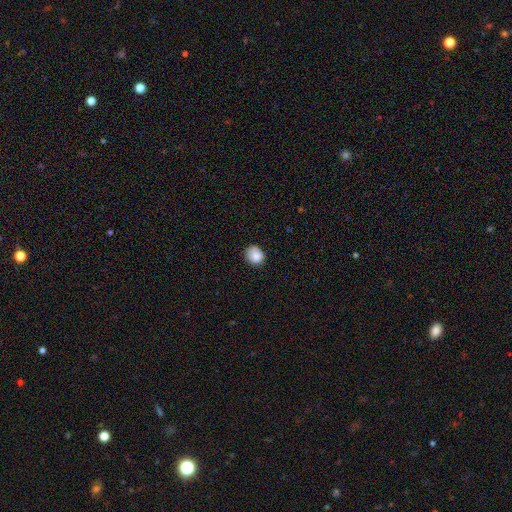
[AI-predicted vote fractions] A smooth galaxy with no disk features (84%) that is round (75%).

Vote fractions:
- Smooth or featured? smooth: 84% / star or artifact: 9% / featured or disk: 7%
- How rounded? round: 75% / in between: 25% / cigar-shaped: 1%
- Merging? none: 72% / minor disturbance: 22% / major disturbance: 4% / merger: 2%